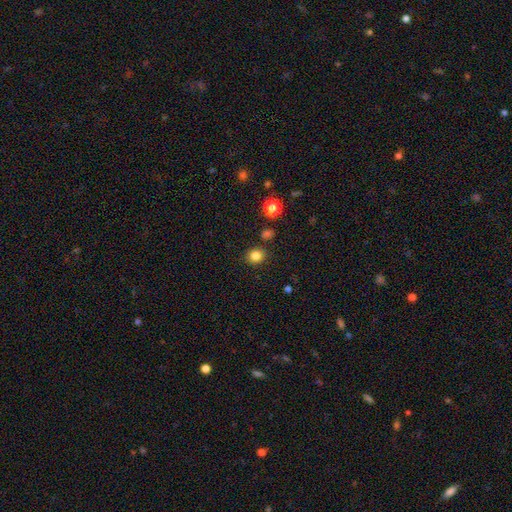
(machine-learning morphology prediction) The model was most divided on "how rounded": round: 79%, in between: 21%, cigar-shaped: 1%. More confident: merging — none (85%); smooth or featured — smooth (83%).